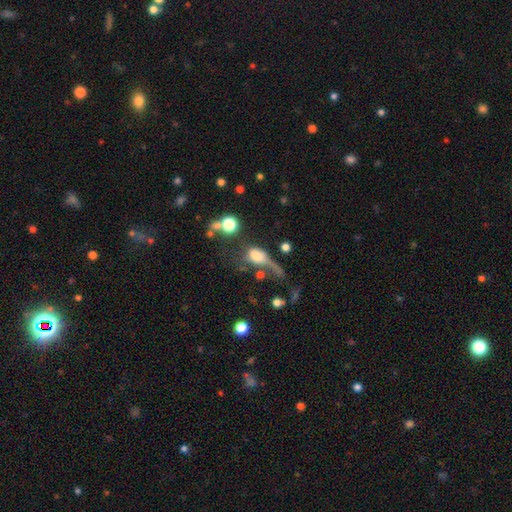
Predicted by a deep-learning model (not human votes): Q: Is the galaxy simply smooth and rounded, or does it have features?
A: smooth — 61%.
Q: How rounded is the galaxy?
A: in between — 63%.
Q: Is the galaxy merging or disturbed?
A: major disturbance — 45%.